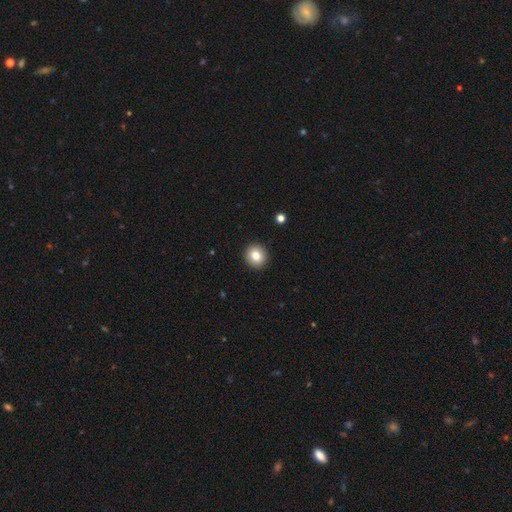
Overall: smooth (82%). How rounded: round (91%). Merging: none (97%).